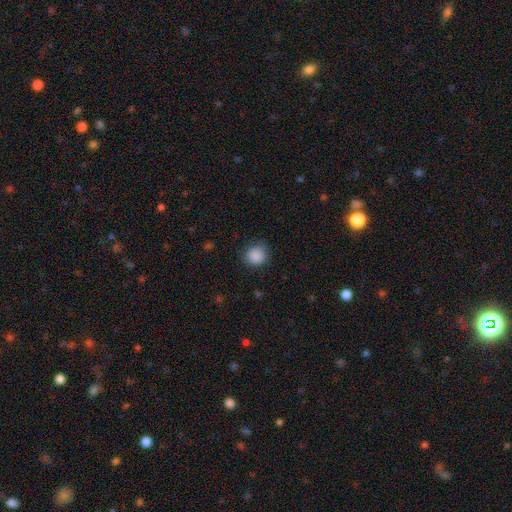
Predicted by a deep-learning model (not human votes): This appears to be a smooth galaxy with no disk features (88%) that is round (89%). Merging: none (83%).